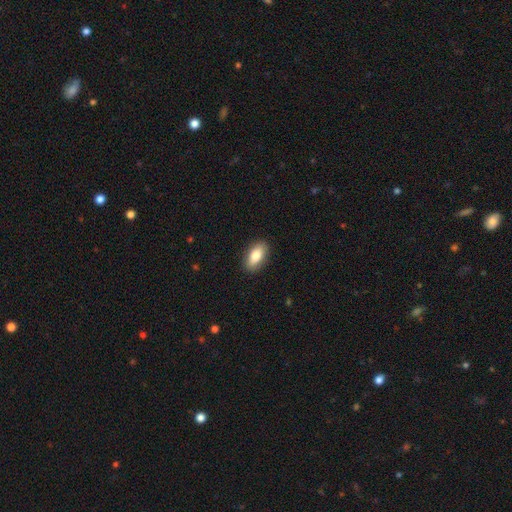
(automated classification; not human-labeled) A smooth galaxy with no disk features (81%) that is in between round and cigar-shaped (89%).

Vote fractions:
- Smooth or featured? smooth: 81% / featured or disk: 13% / star or artifact: 7%
- How rounded? in between: 89% / cigar-shaped: 7% / round: 4%
- Merging? none: 88% / minor disturbance: 9% / major disturbance: 2% / merger: 1%